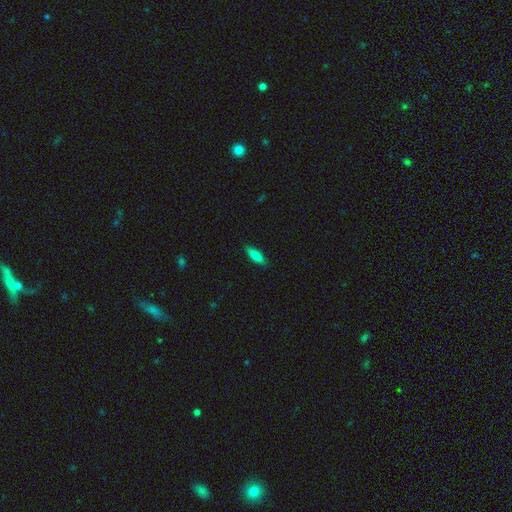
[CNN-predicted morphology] smooth-or-featured: smooth: 77% | featured or disk: 16% | star or artifact: 7%
  how-rounded: cigar-shaped: 54% | in between: 44% | round: 2%
  merging: none: 88% | minor disturbance: 10% | major disturbance: 2% | merger: 1%